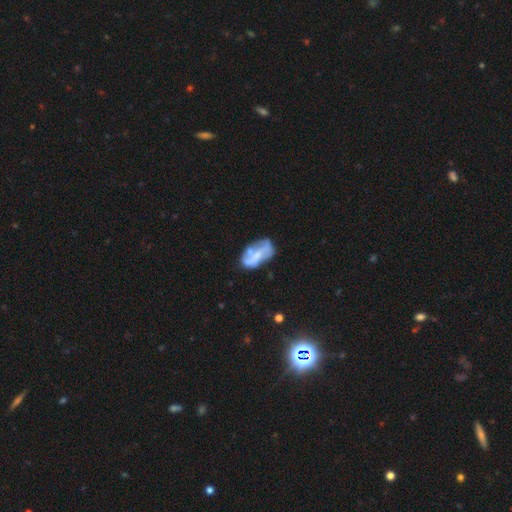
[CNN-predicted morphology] smooth_or_featured: featured or disk (p=0.57) [alt: smooth p=0.35]
disk_edge_on: no (p=0.95) [alt: yes p=0.05]
bar: no (p=0.59) [alt: weak p=0.25]
has_spiral_arms: no (p=0.63) [alt: yes p=0.37]
bulge_size: small (p=0.40) [alt: none p=0.31]
merging: none (p=0.43) [alt: minor disturbance p=0.26]